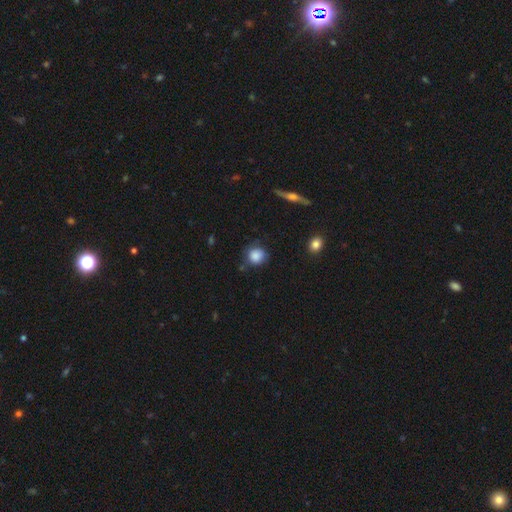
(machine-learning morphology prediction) Smooth or featured? Predicted: smooth (p=0.83). How rounded? Predicted: round (p=0.84). Merging? Predicted: none (p=0.68).